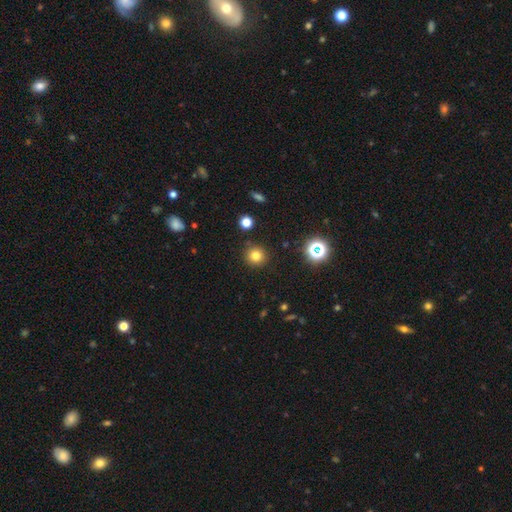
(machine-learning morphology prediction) This is likely a smooth galaxy (77%). How rounded: clearly round (94%). Merging: clearly none (89%).